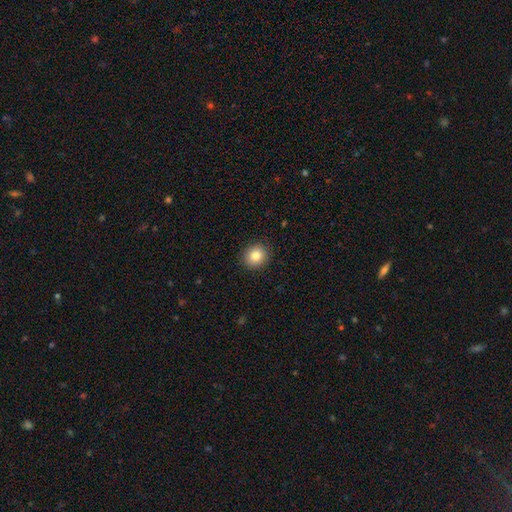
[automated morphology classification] Smooth or featured? smooth (84%)
How rounded? round (84%)
Merging? none (91%)